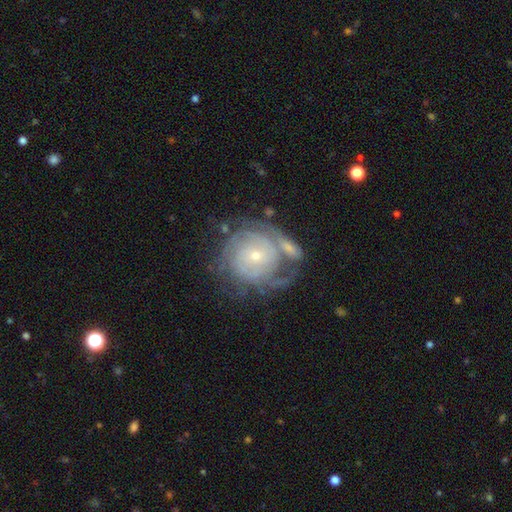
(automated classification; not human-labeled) This is clearly a featured or disk galaxy (83%). It is clearly not viewed edge-on (98%). Bar: likely no (74%). Spiral arm pattern: clearly yes (93%). Spiral arm count: marginally can't tell (39%). Spiral winding: likely tight (77%). Central bulge: likely small (70%). Merging: possibly none (53%).